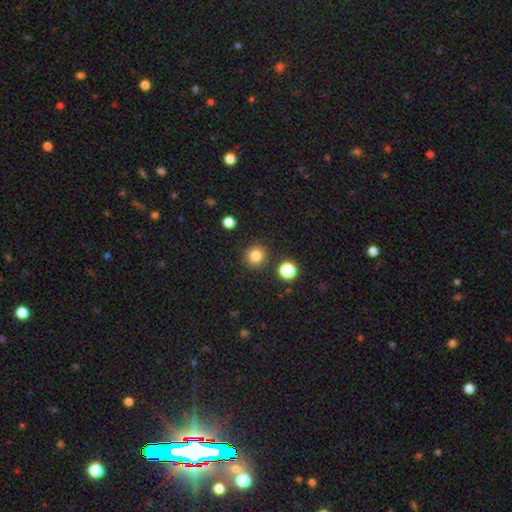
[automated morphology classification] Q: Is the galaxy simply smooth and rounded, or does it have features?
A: smooth — 82%.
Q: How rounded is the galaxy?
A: round — 93%.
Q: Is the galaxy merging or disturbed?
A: none — 88%.